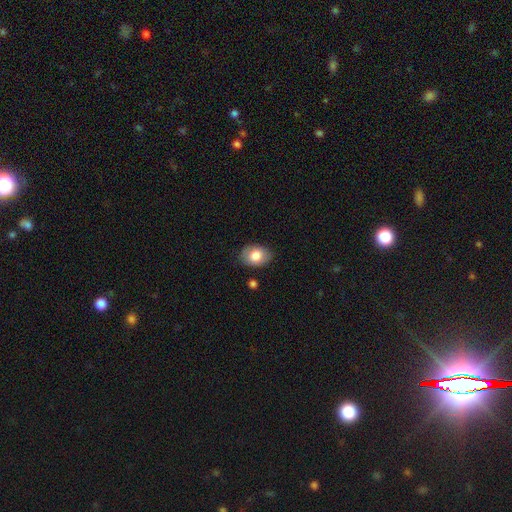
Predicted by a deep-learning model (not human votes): A smooth galaxy with no disk features (80%) that is in between round and cigar-shaped (76%). Merging: none (83%).